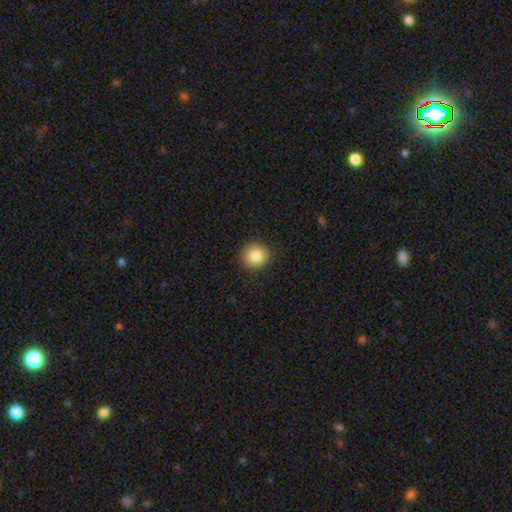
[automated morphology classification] smooth_or_featured: smooth (p=0.85) [alt: star or artifact p=0.09]
how_rounded: round (p=0.91) [alt: in between p=0.08]
merging: none (p=0.90) [alt: minor disturbance p=0.07]